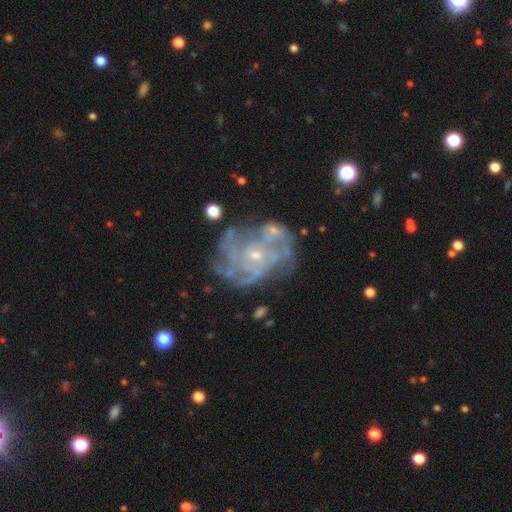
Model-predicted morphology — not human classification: Q: Smooth or featured?
A: featured or disk (83%); runner-up: star or artifact (9%)
Q: Edge-on disk?
A: no (98%); runner-up: yes (2%)
Q: Bar?
A: no (72%); runner-up: weak (23%)
Q: Spiral arms?
A: yes (88%); runner-up: no (12%)
Q: Spiral winding?
A: tight (51%); runner-up: medium (37%)
Q: Spiral arm count?
A: can't tell (36%); runner-up: 4 (24%)
Q: Bulge size?
A: small (72%); runner-up: moderate (23%)
Q: Merging?
A: none (58%); runner-up: minor disturbance (19%)